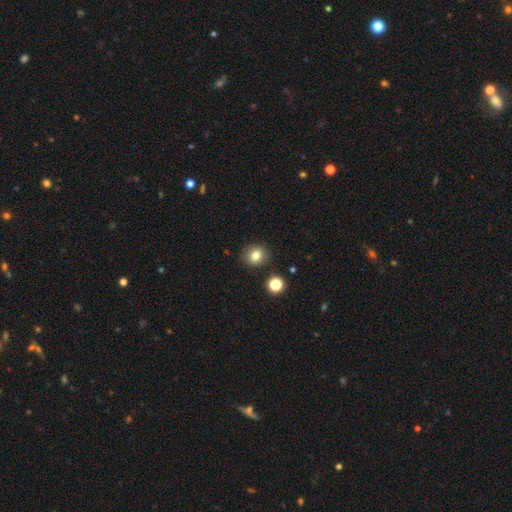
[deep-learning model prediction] The model was most divided on "how rounded": round: 83%, in between: 16%, cigar-shaped: 1%. More confident: merging — none (88%); smooth or featured — smooth (80%).